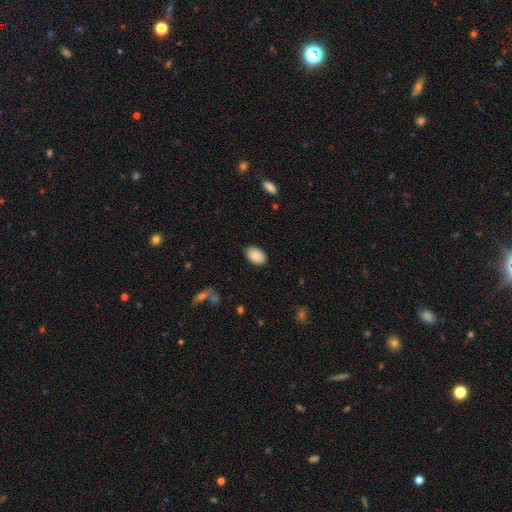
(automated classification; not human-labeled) The model was most divided on "merging": none: 86%, minor disturbance: 11%, major disturbance: 2%, merger: 1%. More confident: how rounded — in between (89%); smooth or featured — smooth (88%).